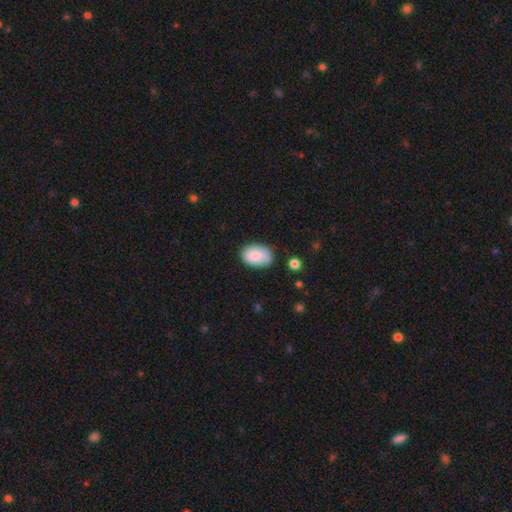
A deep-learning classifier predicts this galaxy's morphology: A smooth galaxy with no disk features (82%) that is in between round and cigar-shaped (84%). Merging: none (69%).